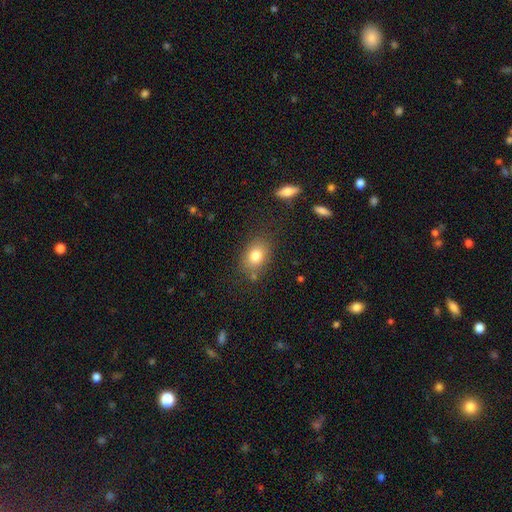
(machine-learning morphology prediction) Smooth or featured? smooth (79%)
How rounded? in between (70%)
Merging? none (79%)